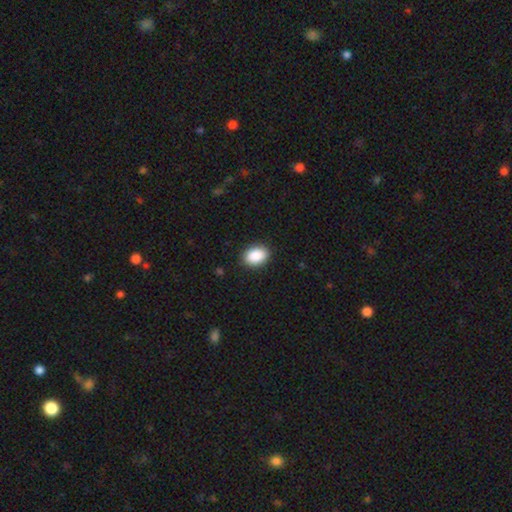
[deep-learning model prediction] Morphology: type=smooth (90%); roundness=in between (84%); merging=none (90%).